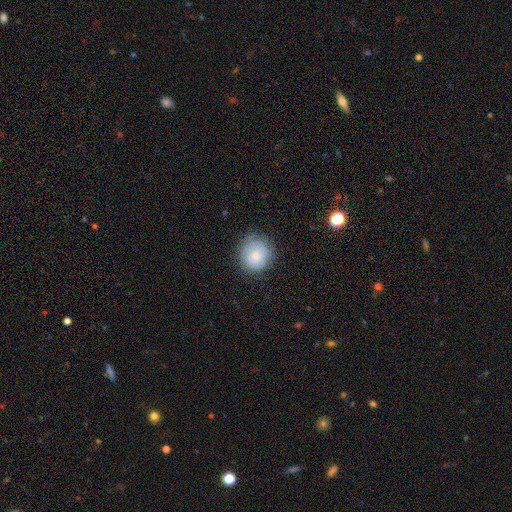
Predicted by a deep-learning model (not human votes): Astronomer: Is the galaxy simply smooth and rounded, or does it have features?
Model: smooth — 71%.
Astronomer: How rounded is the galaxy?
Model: round — 87%.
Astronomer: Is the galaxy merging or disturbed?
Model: none — 75%.